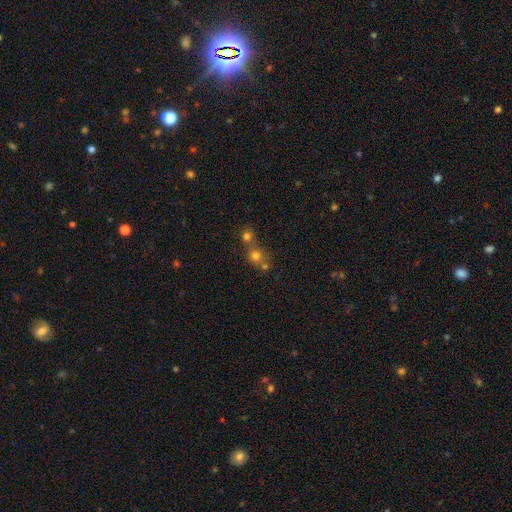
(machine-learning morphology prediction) This appears to be a smooth galaxy with no disk features (69%) that is round (85%). Merging: none (46%).